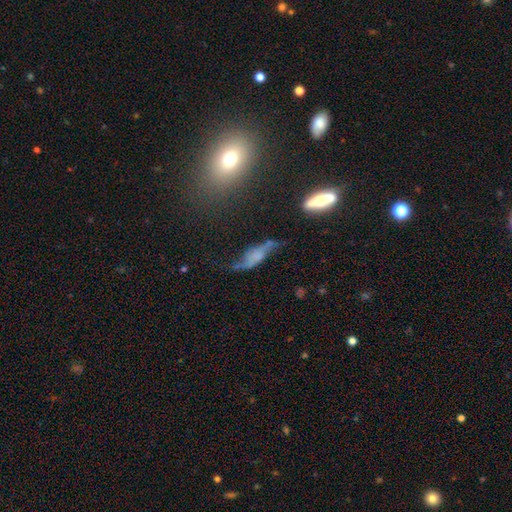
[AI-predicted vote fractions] A featured or disk galaxy (65%) with no bar (57%), spiral arms (84%) and no central bulge (53%).

Vote fractions:
- Smooth or featured? featured or disk: 65% / smooth: 23% / star or artifact: 12%
- Edge-on disk? no: 77% / yes: 23%
- Bar? no: 57% / weak: 30% / strong: 13%
- Spiral arms? yes: 84% / no: 16%
- Bulge size? none: 53% / small: 25% / moderate: 14% / large: 6% / dominant: 3%
- Merging? none: 52% / minor disturbance: 25% / major disturbance: 18% / merger: 5%